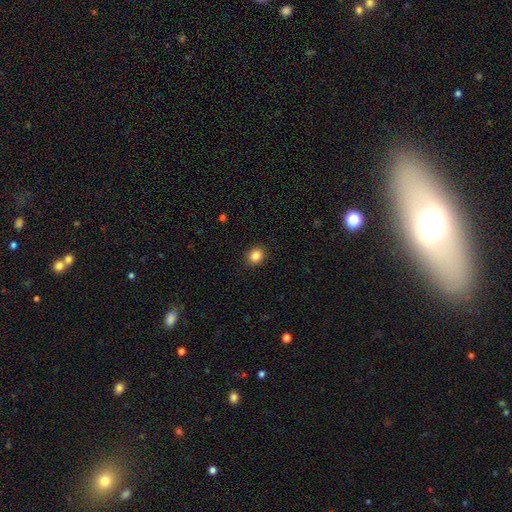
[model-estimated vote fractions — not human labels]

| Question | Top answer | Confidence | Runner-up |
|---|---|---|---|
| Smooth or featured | smooth | 85% | star or artifact (10%) |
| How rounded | round | 71% | in between (28%) |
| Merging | none | 90% | minor disturbance (7%) |